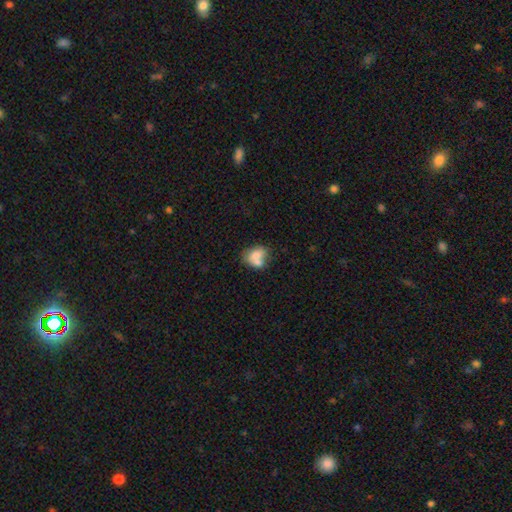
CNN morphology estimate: The model was most divided on "how rounded": in between: 61%, round: 37%, cigar-shaped: 1%. More confident: smooth or featured — smooth (69%); merging — merger (54%).